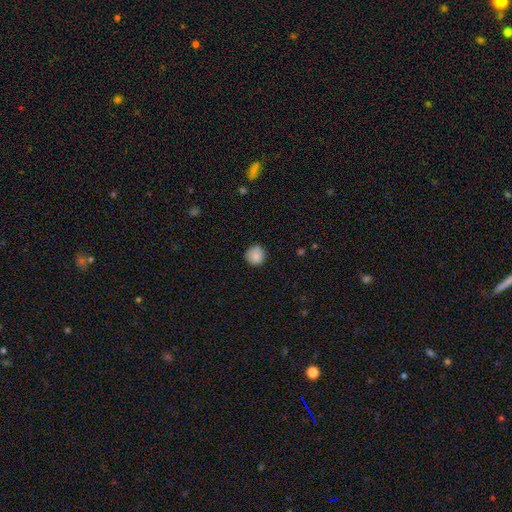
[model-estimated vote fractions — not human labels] smooth 86%, star or artifact 8%, featured or disk 6%. Down the decision tree: how rounded — round (93%); merging — none (84%).